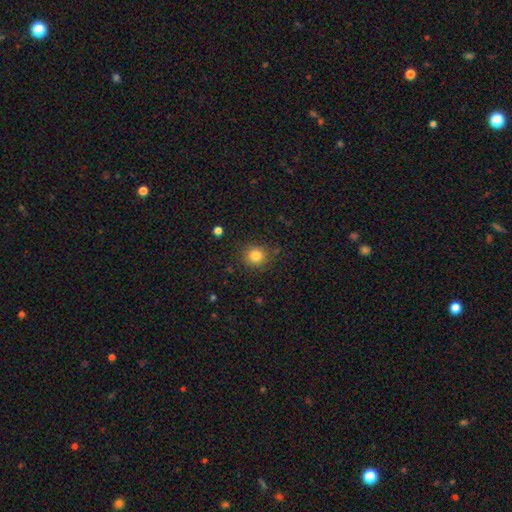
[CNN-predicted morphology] A smooth galaxy with no disk features (82%) that is round (88%). Merging: none (85%).